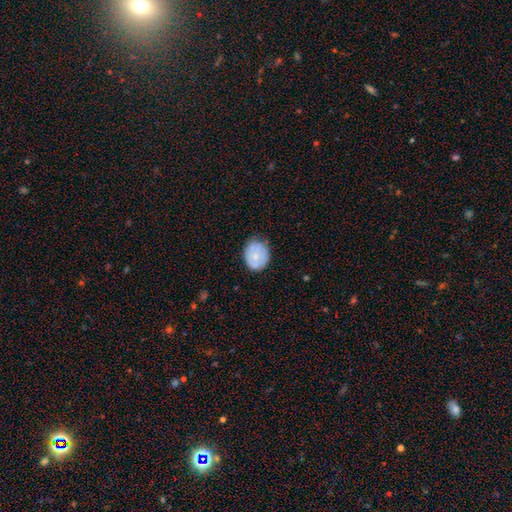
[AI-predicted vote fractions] Smooth or featured: smooth — 66% (featured or disk — 27%)
How rounded: round — 60% (in between — 39%)
Merging: none — 66% (minor disturbance — 27%)